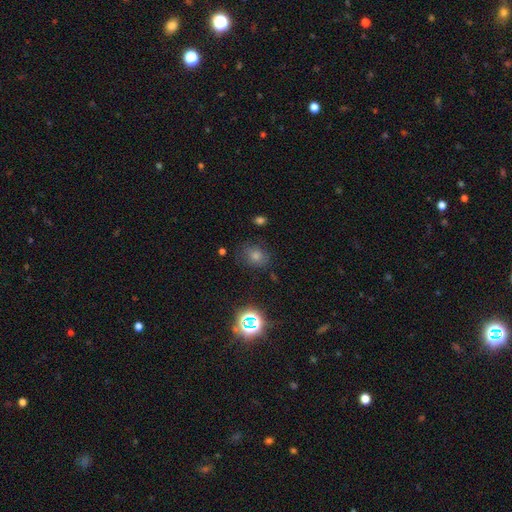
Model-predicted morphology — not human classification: smooth 56%, star or artifact 34%, featured or disk 11%. Down the decision tree: how rounded — round (58%); merging — none (81%).